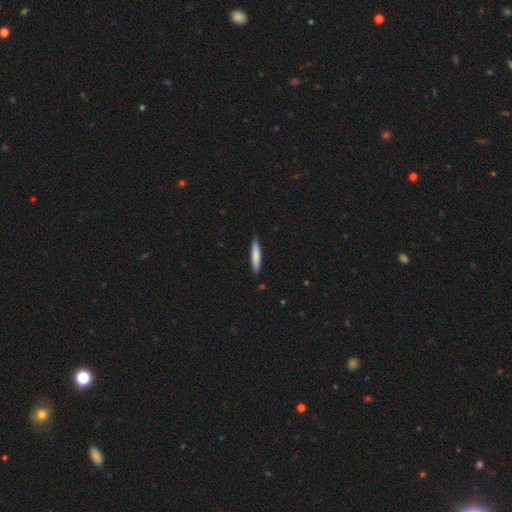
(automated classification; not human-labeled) Overall: smooth (77%). How rounded: cigar-shaped (90%). Merging: none (87%).